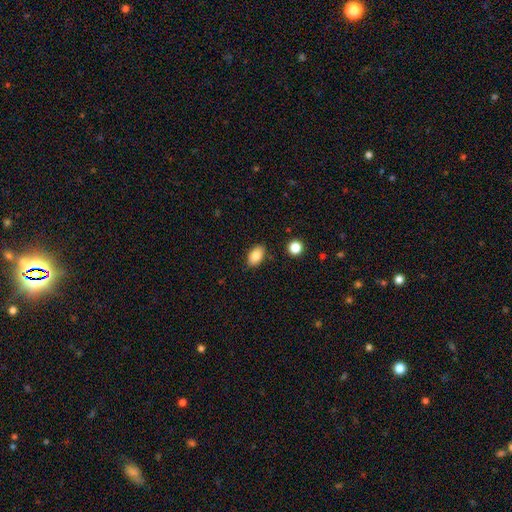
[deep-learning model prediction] A smooth galaxy with no disk features (85%) that is in between round and cigar-shaped (90%).

Vote fractions:
- Smooth or featured? smooth: 85% / star or artifact: 8% / featured or disk: 7%
- How rounded? in between: 90% / round: 8% / cigar-shaped: 2%
- Merging? none: 85% / minor disturbance: 11% / major disturbance: 2% / merger: 2%